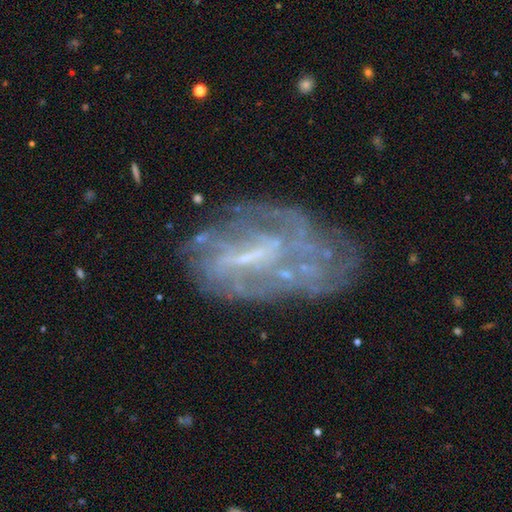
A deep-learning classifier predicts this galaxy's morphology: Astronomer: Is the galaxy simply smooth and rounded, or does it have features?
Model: featured or disk — 74%.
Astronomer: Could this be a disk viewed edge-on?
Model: no — 95%.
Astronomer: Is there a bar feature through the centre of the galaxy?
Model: weak — 45% (runner-up: no, 30%).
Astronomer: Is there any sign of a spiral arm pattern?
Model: yes — 56% (runner-up: no, 44%).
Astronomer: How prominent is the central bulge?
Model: small — 49% (runner-up: none, 31%).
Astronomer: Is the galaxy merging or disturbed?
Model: none — 51%.